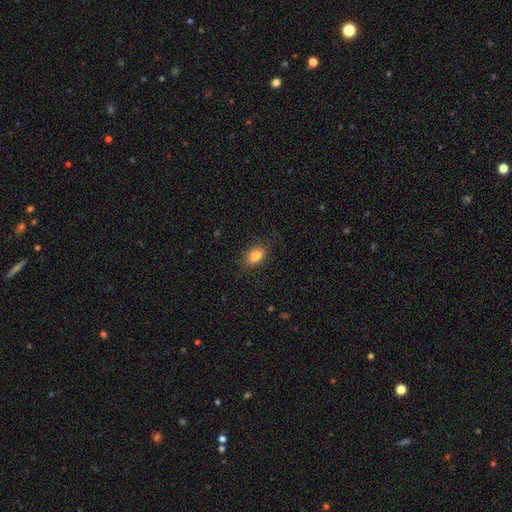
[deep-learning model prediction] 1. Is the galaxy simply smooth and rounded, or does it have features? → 80% smooth, 11% featured or disk, 10% star or artifact.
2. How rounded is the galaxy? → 83% in between, 13% round, 4% cigar-shaped.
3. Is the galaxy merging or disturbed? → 81% none, 14% minor disturbance, 4% major disturbance, 1% merger.